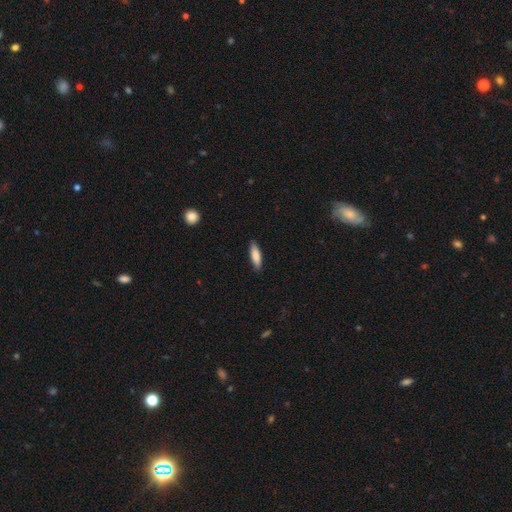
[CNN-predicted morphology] A smooth galaxy with no disk features (85%) that is cigar-shaped (55%).

Vote fractions:
- Smooth or featured? smooth: 85% / featured or disk: 9% / star or artifact: 6%
- How rounded? cigar-shaped: 55% / in between: 44% / round: 2%
- Merging? none: 87% / minor disturbance: 10% / major disturbance: 2% / merger: 1%